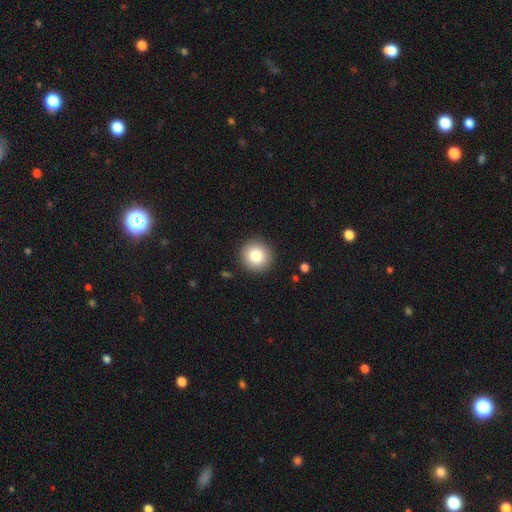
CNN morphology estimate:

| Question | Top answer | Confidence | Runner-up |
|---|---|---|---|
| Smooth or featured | smooth | 82% | star or artifact (9%) |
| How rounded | round | 94% | in between (5%) |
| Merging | none | 92% | minor disturbance (5%) |